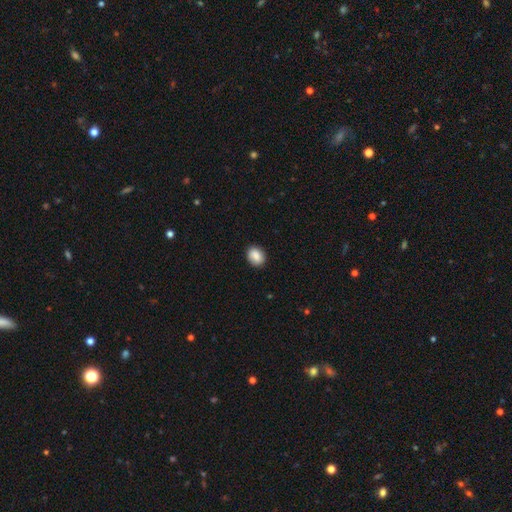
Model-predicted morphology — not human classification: Smooth or featured?
  - smooth: 86% *
  - star or artifact: 8%
  - featured or disk: 6%
How rounded?
  - in between: 57% *
  - round: 42%
  - cigar-shaped: 1%
Merging?
  - none: 88% *
  - minor disturbance: 9%
  - major disturbance: 2%
  - merger: 1%